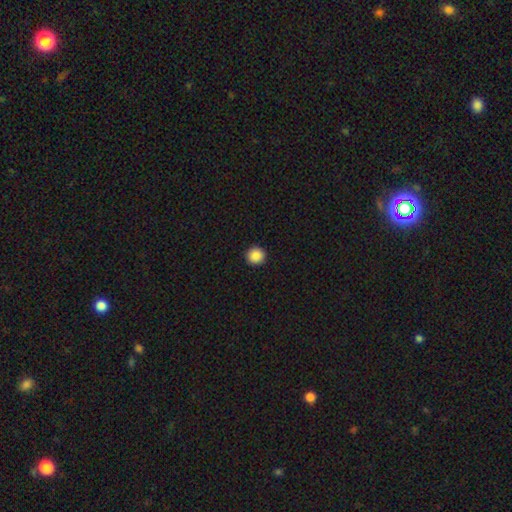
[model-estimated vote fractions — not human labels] A smooth galaxy with no disk features (88%) that is round (96%).

Vote fractions:
- Smooth or featured? smooth: 88% / star or artifact: 9% / featured or disk: 3%
- How rounded? round: 96% / in between: 4% / cigar-shaped: 1%
- Merging? none: 94% / minor disturbance: 4% / major disturbance: 1% / merger: 1%